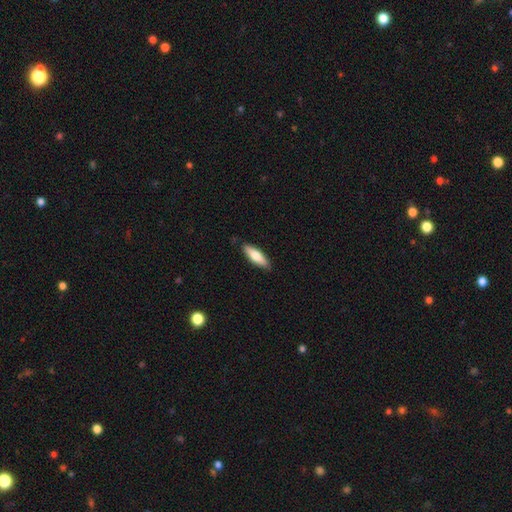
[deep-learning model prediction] This is likely a smooth galaxy (70%). How rounded: possibly cigar-shaped (53%). Merging: clearly none (87%).